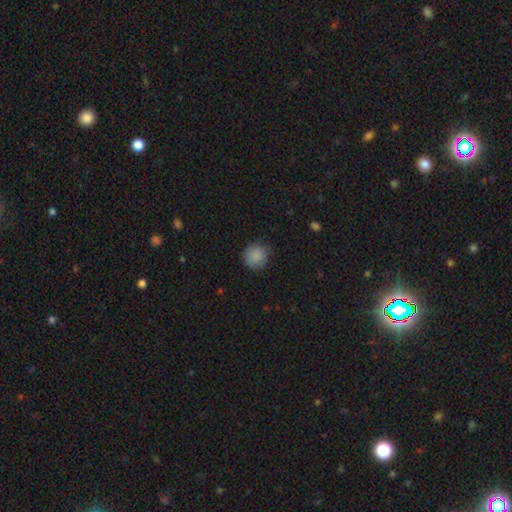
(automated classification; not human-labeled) smooth-or-featured: smooth: 88% | star or artifact: 8% | featured or disk: 4%
  how-rounded: round: 91% | in between: 8% | cigar-shaped: 1%
  merging: none: 84% | minor disturbance: 12% | major disturbance: 3% | merger: 1%